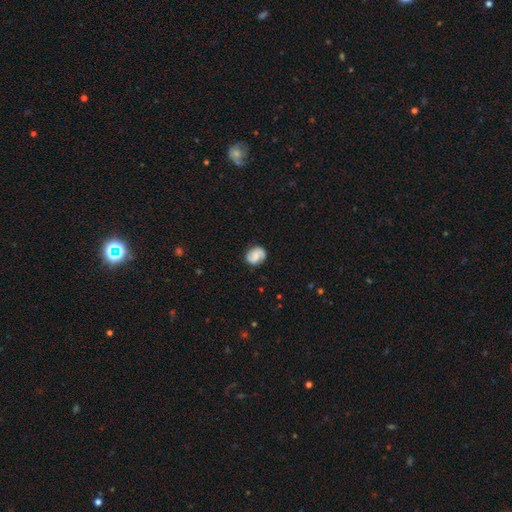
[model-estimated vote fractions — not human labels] smooth-or-featured: featured or disk: 49% | smooth: 43% | star or artifact: 8%
  merging: none: 82% | minor disturbance: 13% | major disturbance: 4% | merger: 1%